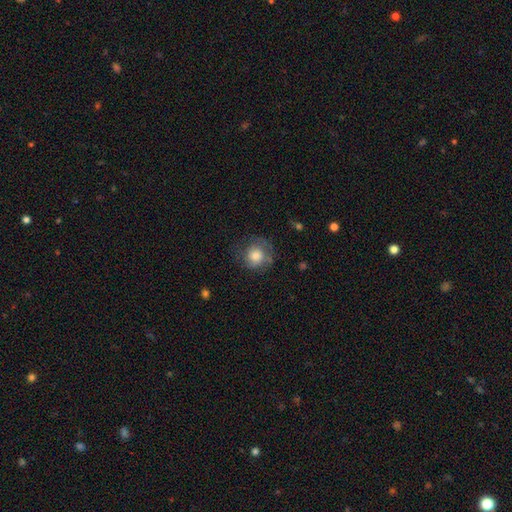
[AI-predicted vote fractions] Smooth or featured? smooth (72%)
How rounded? round (86%)
Merging? none (62%)